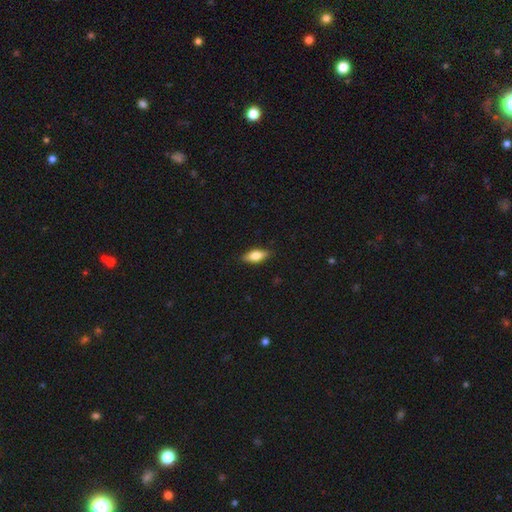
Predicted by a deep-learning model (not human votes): This is likely a smooth galaxy (69%). How rounded: likely in between (75%). Merging: clearly none (87%).